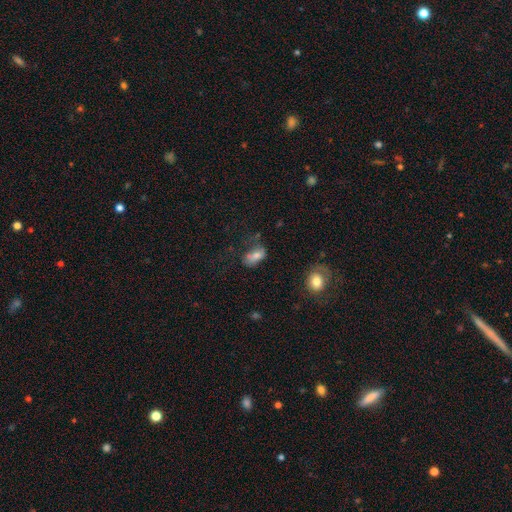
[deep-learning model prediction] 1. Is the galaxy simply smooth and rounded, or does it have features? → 74% smooth, 15% featured or disk, 11% star or artifact.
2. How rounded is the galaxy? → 88% in between, 8% round, 4% cigar-shaped.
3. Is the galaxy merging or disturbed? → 41% none, 28% minor disturbance, 23% major disturbance, 9% merger.